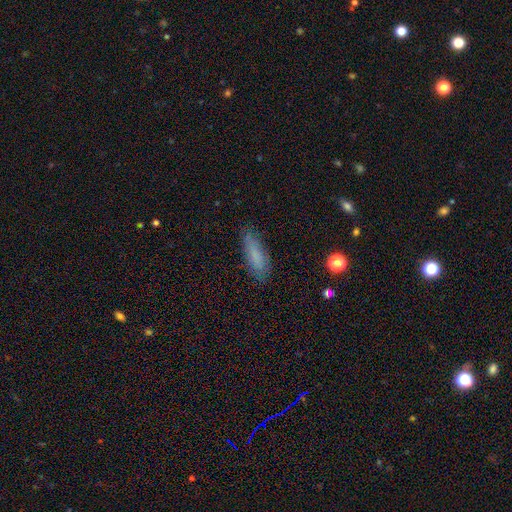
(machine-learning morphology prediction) Overall: smooth (76%). How rounded: cigar-shaped (55%; in between 43%). Merging: none (80%).